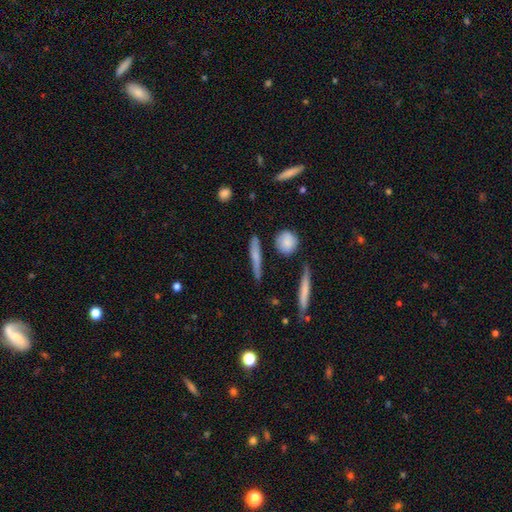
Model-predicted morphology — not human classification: Overall: smooth (55%; featured or disk 36%). How rounded: cigar-shaped (84%). Merging: none (77%).